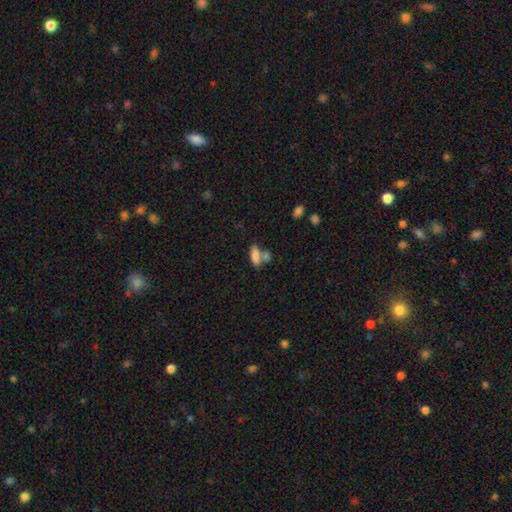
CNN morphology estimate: This is likely a smooth galaxy (79%). How rounded: clearly in between (81%). Merging: possibly merger (46%).